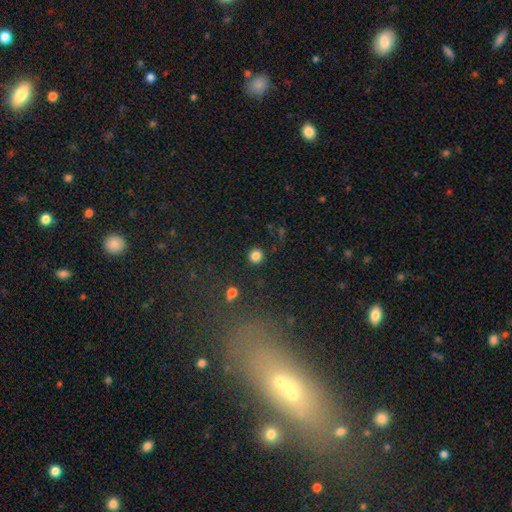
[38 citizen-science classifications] Smooth or featured? 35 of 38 (92%) said smooth. How rounded? 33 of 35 (94%) said round. Merging? 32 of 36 (89%) said none.